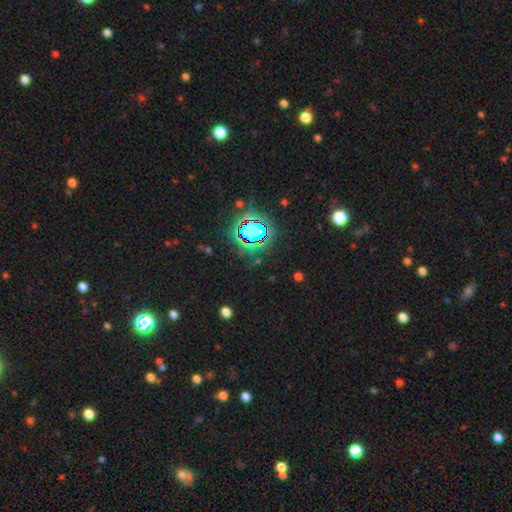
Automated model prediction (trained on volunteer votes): Q: Smooth or featured?
A: star or artifact (81%); runner-up: smooth (11%)